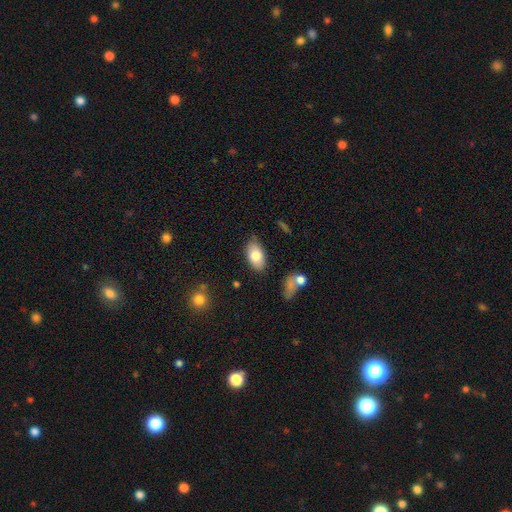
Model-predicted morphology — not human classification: Smooth or featured? smooth (79%)
How rounded? in between (93%)
Merging? none (77%)